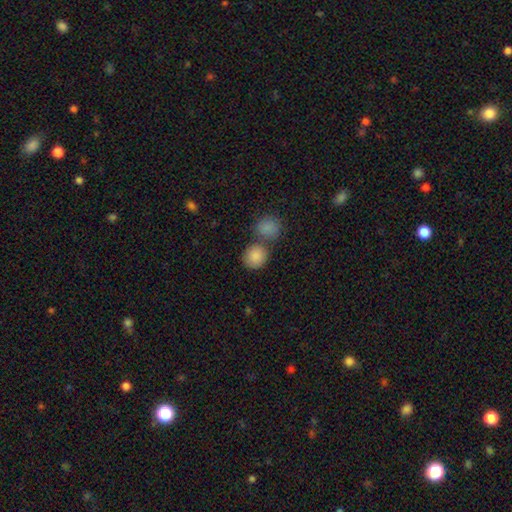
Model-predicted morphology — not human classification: Overall: smooth (87%). How rounded: round (79%). Merging: none (58%; merger 29%).